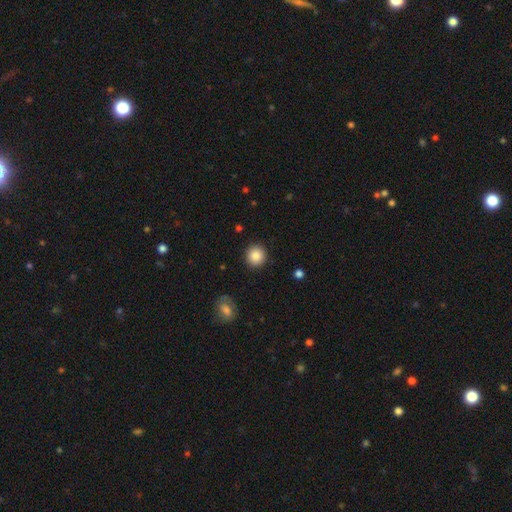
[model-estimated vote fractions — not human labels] Smooth or featured?
  - smooth: 87% *
  - star or artifact: 9%
  - featured or disk: 4%
How rounded?
  - round: 93% *
  - in between: 6%
  - cigar-shaped: 1%
Merging?
  - none: 91% *
  - minor disturbance: 6%
  - major disturbance: 2%
  - merger: 1%